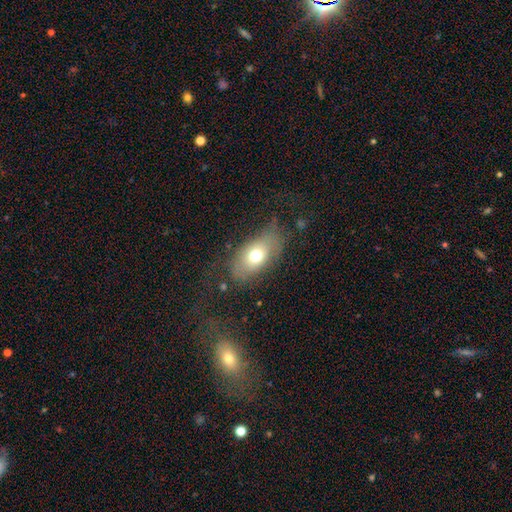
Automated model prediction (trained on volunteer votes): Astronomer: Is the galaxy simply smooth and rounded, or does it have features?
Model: smooth — 67%.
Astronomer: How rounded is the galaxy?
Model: in between — 85%.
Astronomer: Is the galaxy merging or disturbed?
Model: none — 59%.